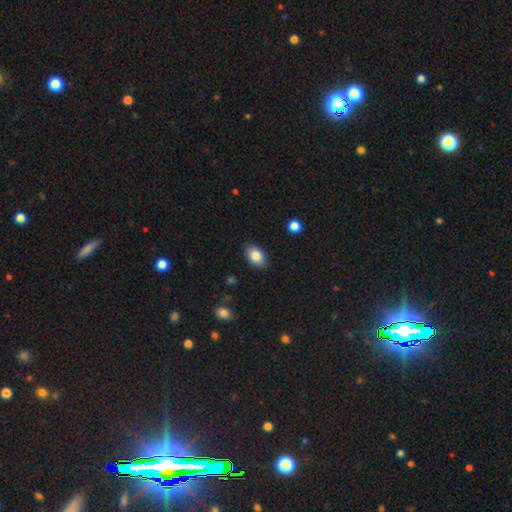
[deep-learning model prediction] This is clearly a smooth galaxy (86%). How rounded: clearly in between (87%). Merging: clearly none (87%).